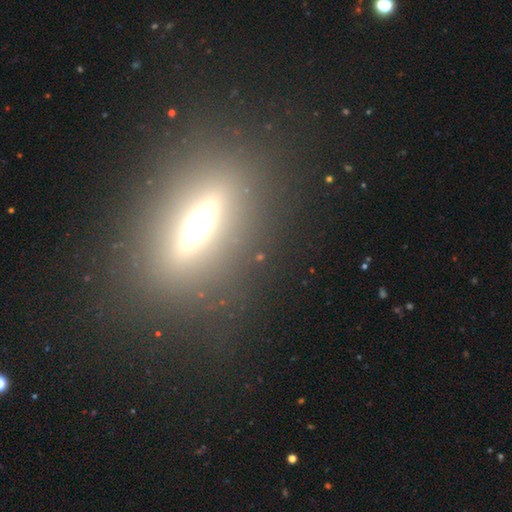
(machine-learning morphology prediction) A featured or disk galaxy (58%) viewed edge-on (83%). Merging: none (86%).